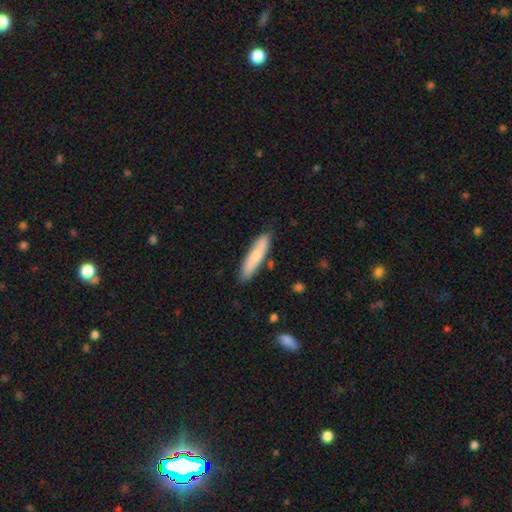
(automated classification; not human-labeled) smooth 74%, featured or disk 20%, star or artifact 5%. Down the decision tree: how rounded — cigar-shaped (80%); merging — none (84%).